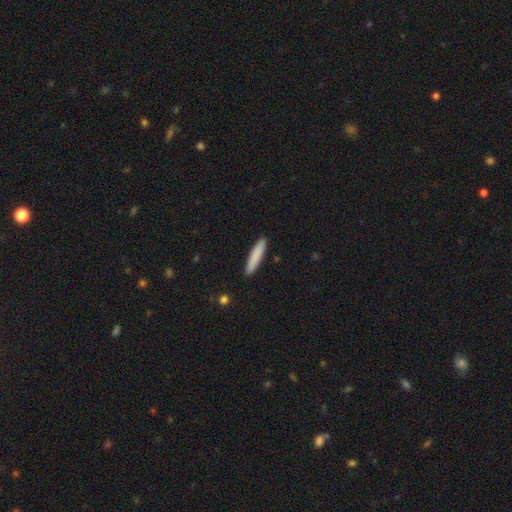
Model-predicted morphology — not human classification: type=smooth (85%); roundness=cigar-shaped (88%); merging=none (91%).